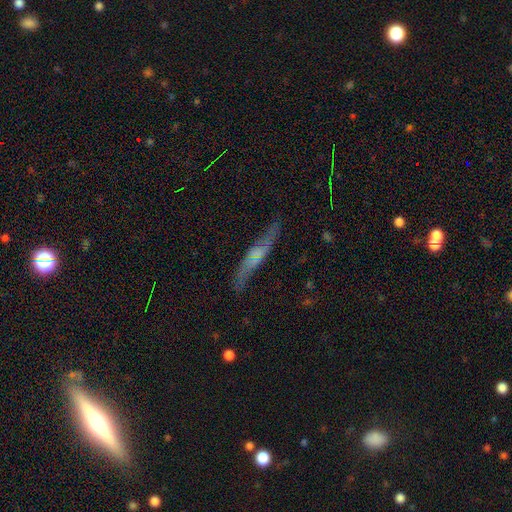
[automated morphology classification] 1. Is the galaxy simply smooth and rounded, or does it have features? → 57% featured or disk, 34% smooth, 8% star or artifact.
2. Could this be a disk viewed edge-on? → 60% yes, 40% no.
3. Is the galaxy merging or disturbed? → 69% none, 20% minor disturbance, 8% major disturbance, 3% merger.